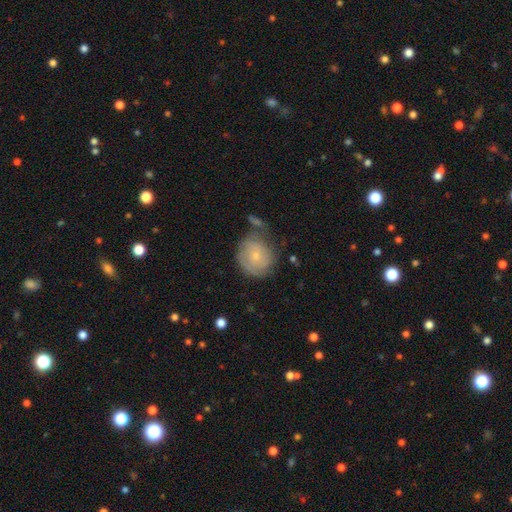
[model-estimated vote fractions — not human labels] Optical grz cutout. It shows a smooth galaxy with no disk features (53%) that is round (79%). Merging: none (53%).